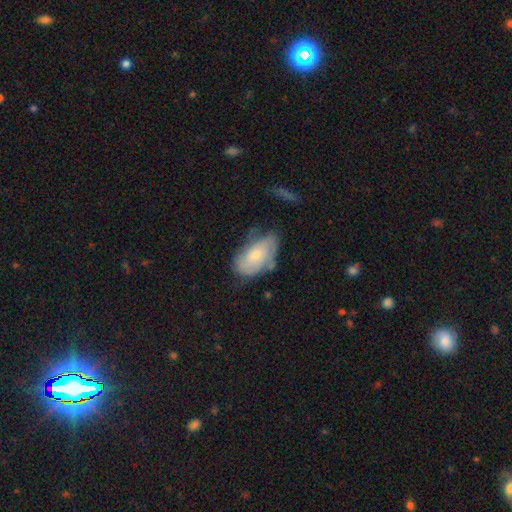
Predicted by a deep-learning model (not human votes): A smooth galaxy with no disk features (50%). Merging: none (50%).